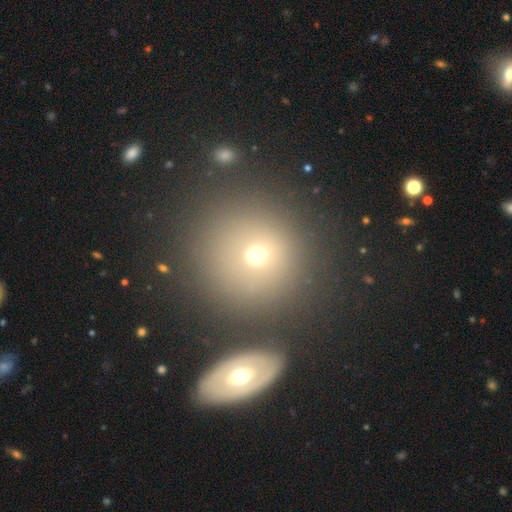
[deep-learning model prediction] A smooth galaxy with no disk features (63%) that is round (88%). Merging: none (78%).